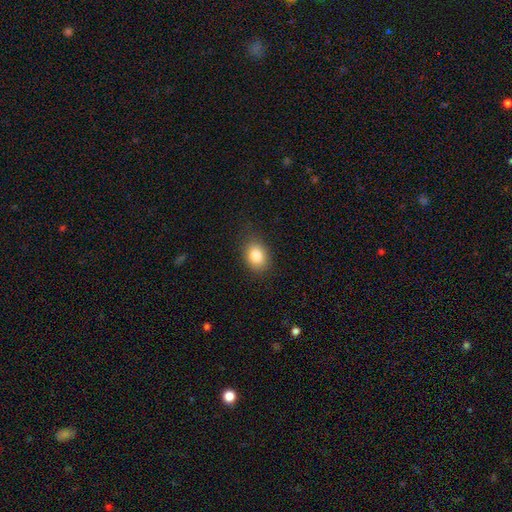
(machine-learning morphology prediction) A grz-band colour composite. It shows a smooth galaxy with no disk features (82%) that is in between round and cigar-shaped (67%). Merging: none (83%).